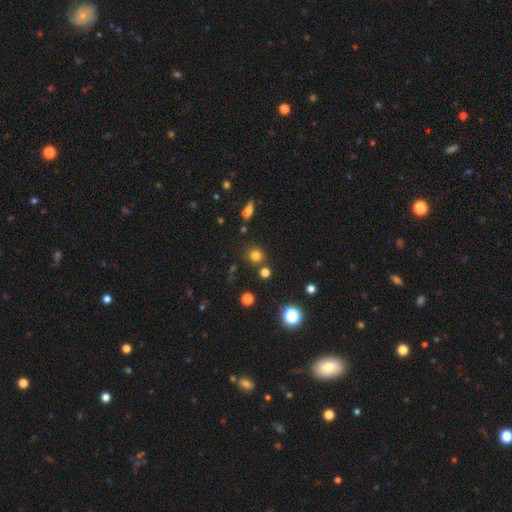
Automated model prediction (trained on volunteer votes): Overall: smooth (75%). How rounded: round (89%). Merging: none (79%).